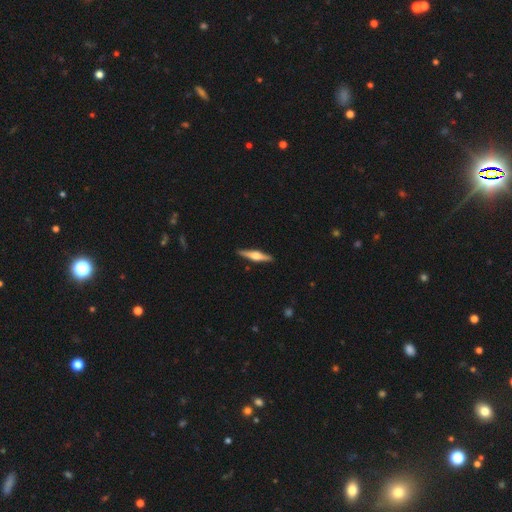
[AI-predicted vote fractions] Overall: featured or disk (71%). Edge-on disk: yes (98%). Edge-on bulge: rounded (90%). Merging: none (91%).